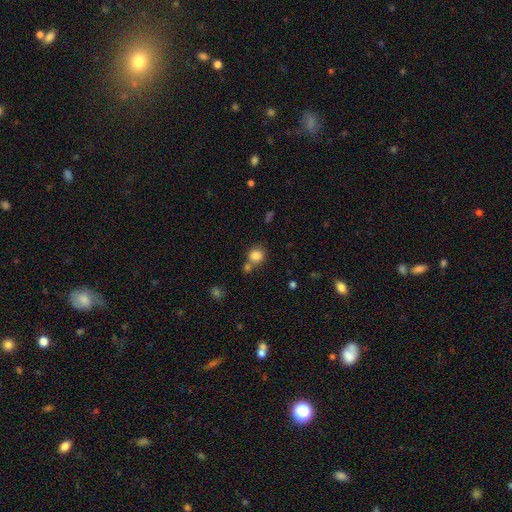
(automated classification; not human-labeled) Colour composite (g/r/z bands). It shows a smooth galaxy with no disk features (83%) that is round (78%). Merging: none (60%).